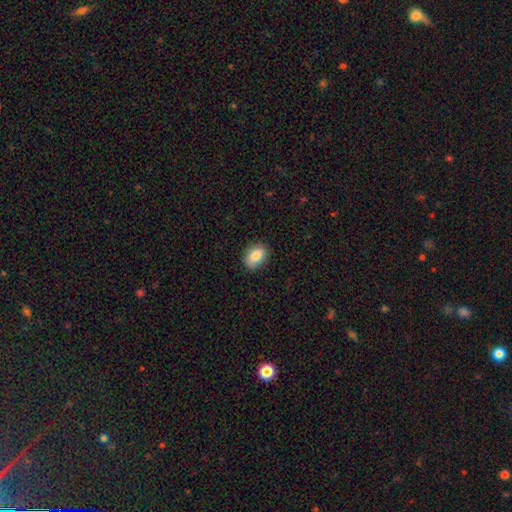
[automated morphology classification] The model was most divided on "how rounded": in between: 80%, round: 18%, cigar-shaped: 2%. More confident: merging — none (86%); smooth or featured — smooth (84%).